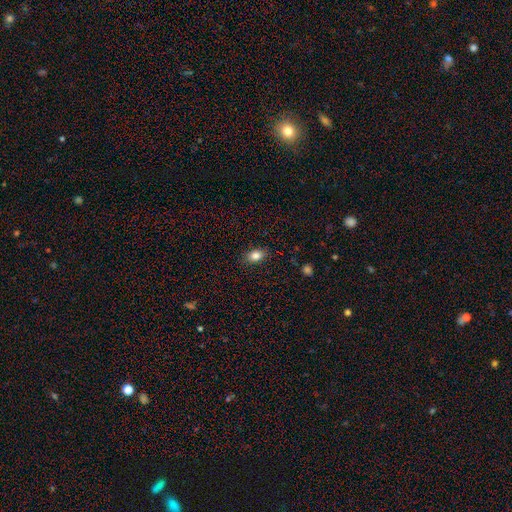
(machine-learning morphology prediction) Q: Smooth or featured?
A: smooth (83%); runner-up: star or artifact (9%)
Q: How rounded?
A: in between (82%); runner-up: round (16%)
Q: Merging?
A: none (85%); runner-up: minor disturbance (11%)